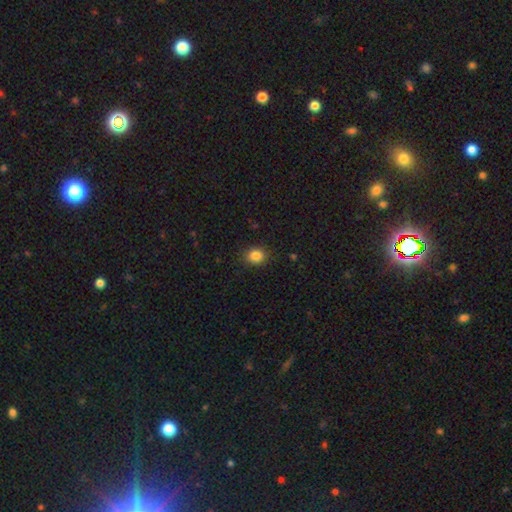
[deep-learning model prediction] The model was most divided on "how rounded": round: 73%, in between: 26%, cigar-shaped: 1%. More confident: merging — none (88%); smooth or featured — smooth (85%).